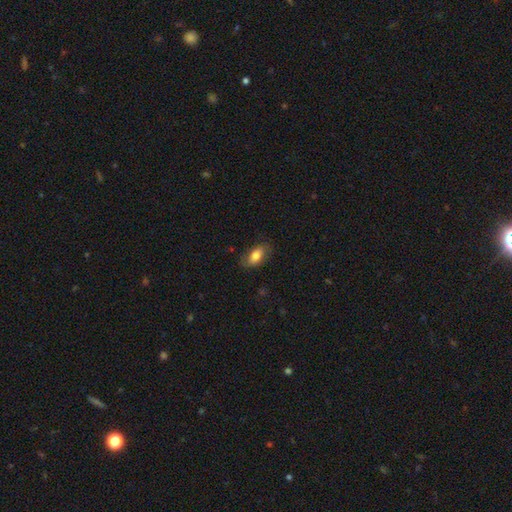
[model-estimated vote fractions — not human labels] Smooth or featured?
  - smooth: 78% *
  - featured or disk: 15%
  - star or artifact: 7%
How rounded?
  - in between: 88% *
  - cigar-shaped: 6%
  - round: 6%
Merging?
  - none: 80% *
  - minor disturbance: 15%
  - major disturbance: 4%
  - merger: 1%